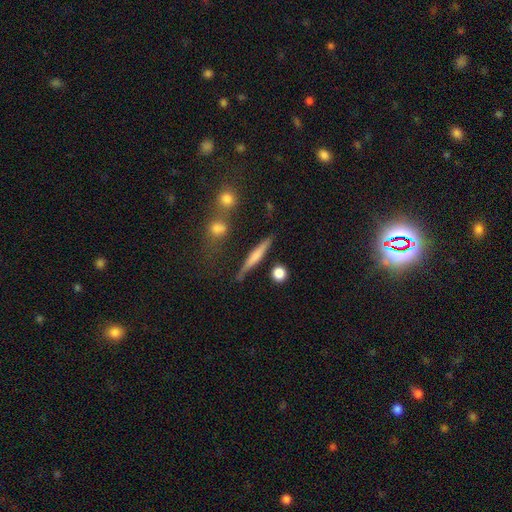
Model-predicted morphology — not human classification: This is possibly a smooth galaxy (49%). Merging: likely none (74%).